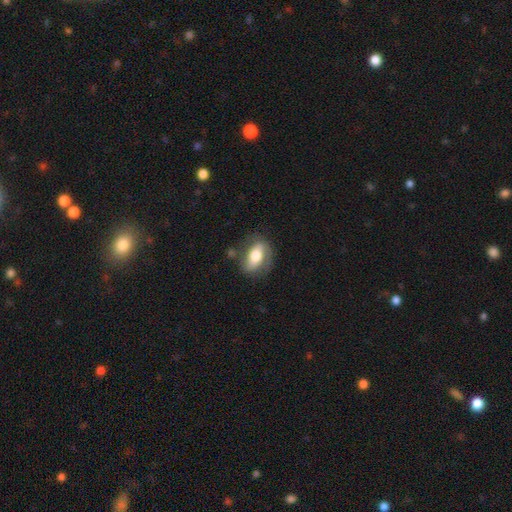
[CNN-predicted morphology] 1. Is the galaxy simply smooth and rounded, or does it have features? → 52% smooth, 42% featured or disk, 7% star or artifact.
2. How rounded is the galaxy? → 83% in between, 10% round, 7% cigar-shaped.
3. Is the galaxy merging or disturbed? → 67% none, 21% minor disturbance, 9% major disturbance, 3% merger.